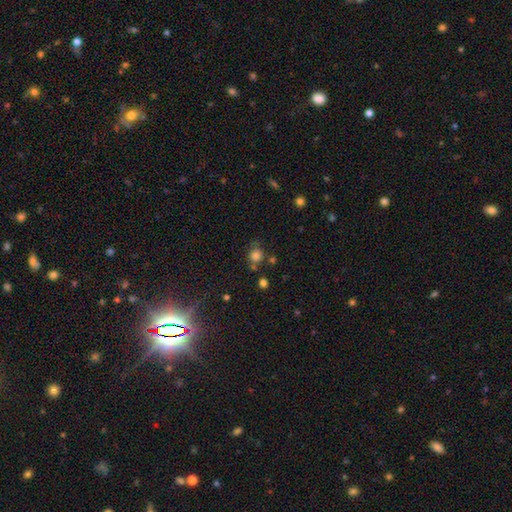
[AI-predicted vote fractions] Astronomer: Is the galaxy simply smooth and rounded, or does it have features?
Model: smooth — 78%.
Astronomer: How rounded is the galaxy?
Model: round — 88%.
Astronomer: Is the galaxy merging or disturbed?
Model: none — 67%.